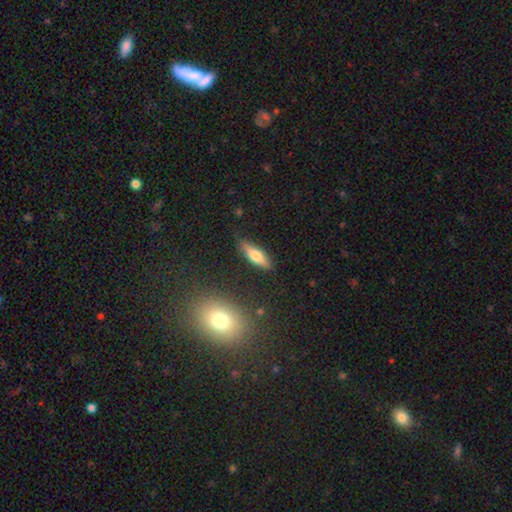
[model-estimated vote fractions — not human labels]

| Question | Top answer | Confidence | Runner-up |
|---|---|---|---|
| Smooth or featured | smooth | 61% | featured or disk (32%) |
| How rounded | cigar-shaped | 55% | in between (43%) |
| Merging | none | 83% | minor disturbance (12%) |